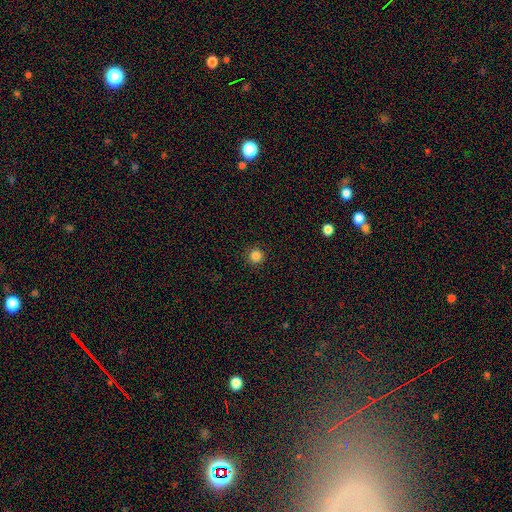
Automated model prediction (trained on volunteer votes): A smooth galaxy with no disk features (85%) that is round (96%). Merging: none (93%).